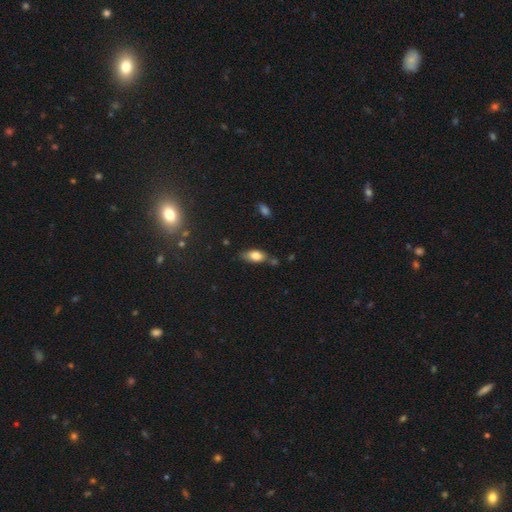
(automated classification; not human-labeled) A smooth galaxy with no disk features (77%) that is in between round and cigar-shaped (85%).

Vote fractions:
- Smooth or featured? smooth: 77% / featured or disk: 15% / star or artifact: 8%
- How rounded? in between: 85% / cigar-shaped: 11% / round: 5%
- Merging? none: 62% / minor disturbance: 24% / merger: 9% / major disturbance: 5%